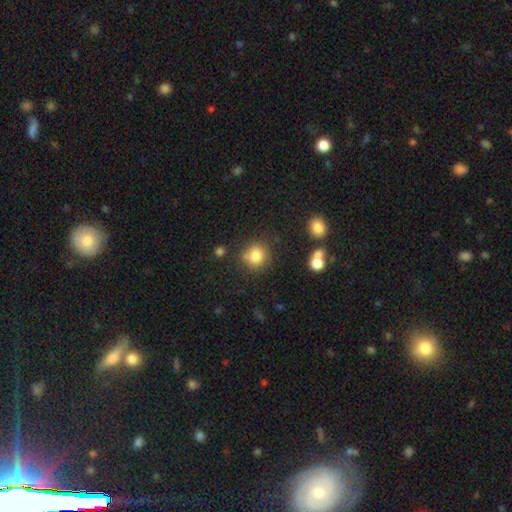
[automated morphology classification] smooth_or_featured: smooth (p=0.82) [alt: star or artifact p=0.11]
how_rounded: round (p=0.86) [alt: in between p=0.13]
merging: none (p=0.74) [alt: minor disturbance p=0.14]